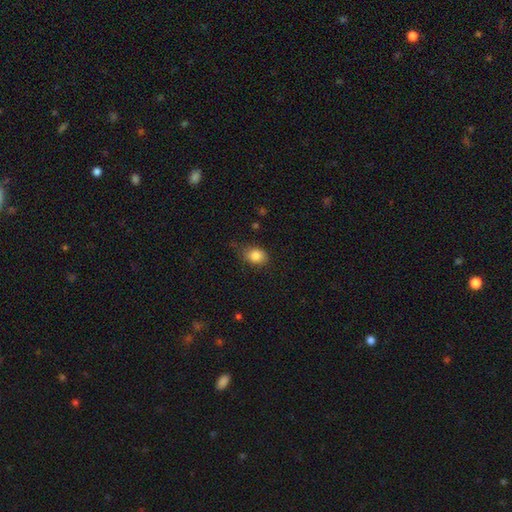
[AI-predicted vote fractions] Smooth or featured?
  - smooth: 85% *
  - star or artifact: 9%
  - featured or disk: 6%
How rounded?
  - in between: 65% *
  - round: 34%
  - cigar-shaped: 1%
Merging?
  - none: 71% *
  - minor disturbance: 23%
  - major disturbance: 5%
  - merger: 2%